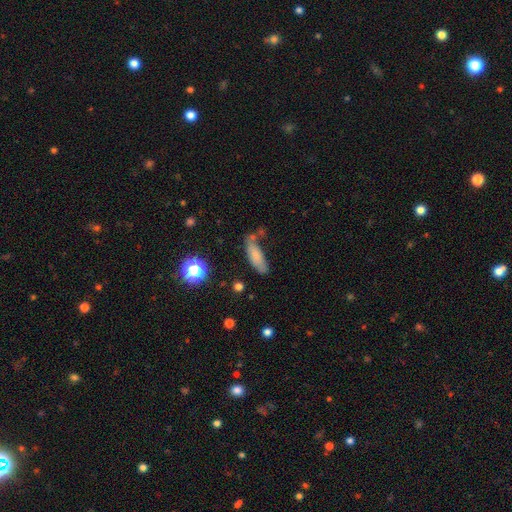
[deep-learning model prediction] Smooth or featured: smooth — 75% (featured or disk — 15%)
How rounded: in between — 56% (cigar-shaped — 40%)
Merging: none — 56% (minor disturbance — 25%)